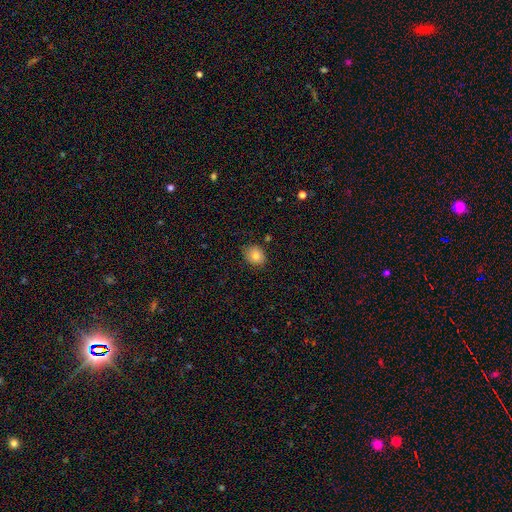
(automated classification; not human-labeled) A smooth galaxy with no disk features (82%) that is round (59%). Merging: none (82%).